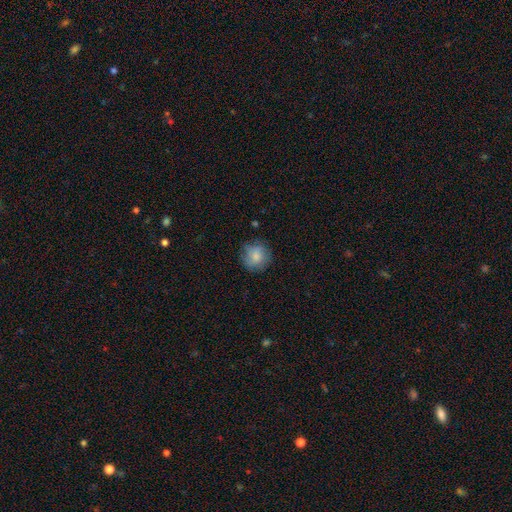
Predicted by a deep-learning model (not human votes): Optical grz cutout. It shows a smooth galaxy with no disk features (79%) that is round (88%). Merging: none (75%).